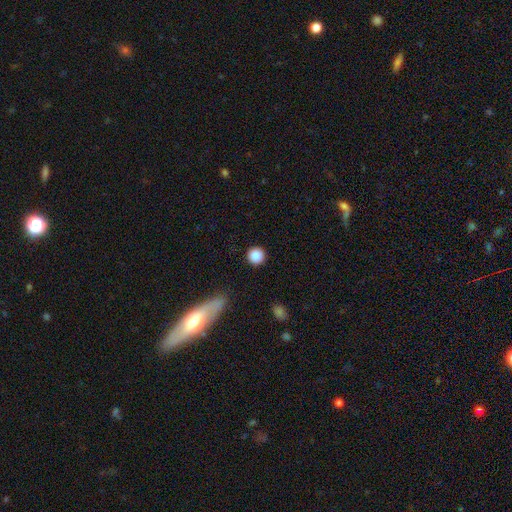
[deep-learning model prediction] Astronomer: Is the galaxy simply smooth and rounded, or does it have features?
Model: smooth — 88%.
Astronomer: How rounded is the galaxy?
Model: round — 95%.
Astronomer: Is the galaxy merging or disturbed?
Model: none — 90%.